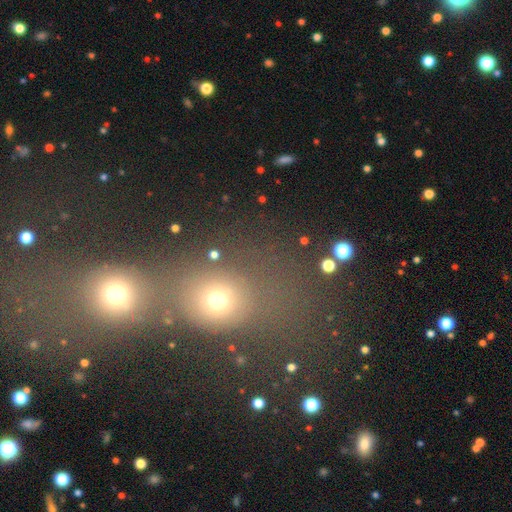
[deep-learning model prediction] smooth-or-featured: smooth: 50% | star or artifact: 39% | featured or disk: 11%
  merging: merger: 59% | none: 29% | major disturbance: 6% | minor disturbance: 6%